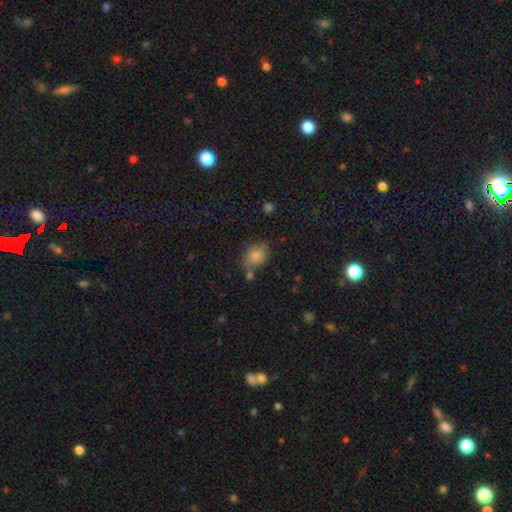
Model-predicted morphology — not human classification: Q: Smooth or featured?
A: smooth (83%); runner-up: star or artifact (9%)
Q: How rounded?
A: in between (62%); runner-up: round (37%)
Q: Merging?
A: none (63%); runner-up: minor disturbance (20%)